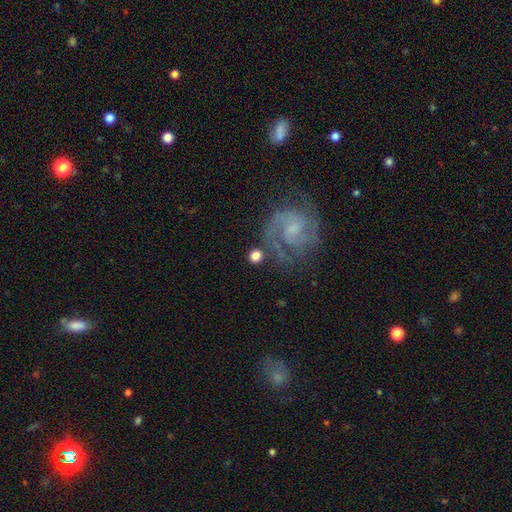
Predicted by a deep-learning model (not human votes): This is likely a smooth galaxy (65%). How rounded: clearly round (88%). Merging: likely none (76%).